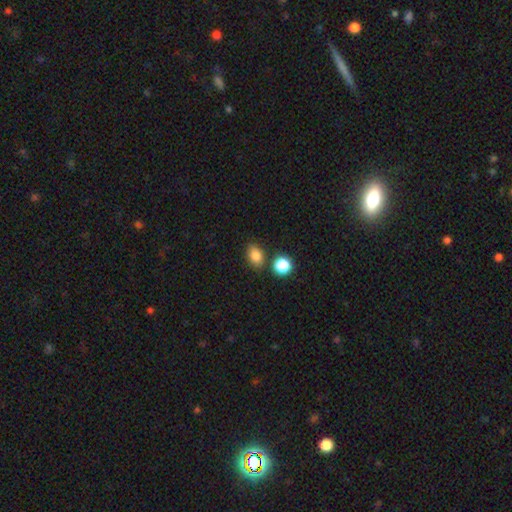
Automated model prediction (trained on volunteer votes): The model was most divided on "how rounded": in between: 74%, round: 25%, cigar-shaped: 1%. More confident: smooth or featured — smooth (83%); merging — none (78%).